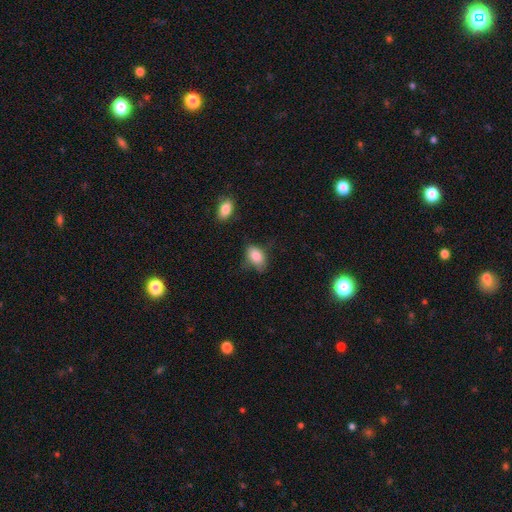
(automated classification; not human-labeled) Smooth or featured?
  - smooth: 84% *
  - featured or disk: 8%
  - star or artifact: 8%
How rounded?
  - in between: 86% *
  - round: 13%
  - cigar-shaped: 2%
Merging?
  - none: 55% *
  - minor disturbance: 32%
  - major disturbance: 10%
  - merger: 3%